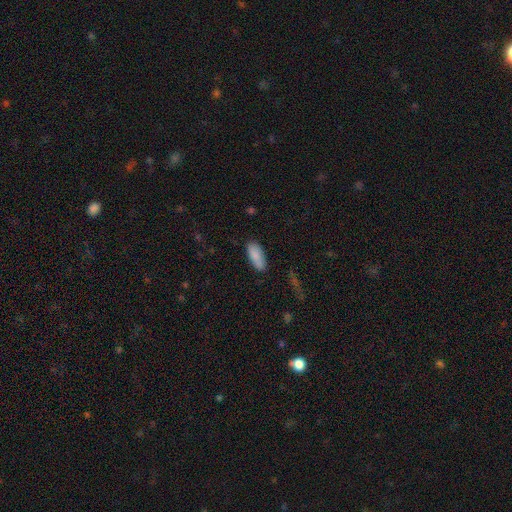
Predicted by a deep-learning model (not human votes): This is clearly a smooth galaxy (86%). How rounded: clearly in between (81%). Merging: likely none (79%).